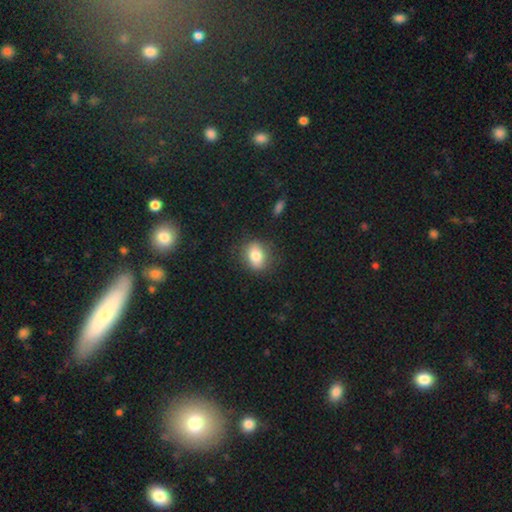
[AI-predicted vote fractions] Smooth or featured?
  - smooth: 80% *
  - featured or disk: 11%
  - star or artifact: 9%
How rounded?
  - in between: 62% *
  - round: 36%
  - cigar-shaped: 2%
Merging?
  - none: 80% *
  - minor disturbance: 14%
  - major disturbance: 4%
  - merger: 1%